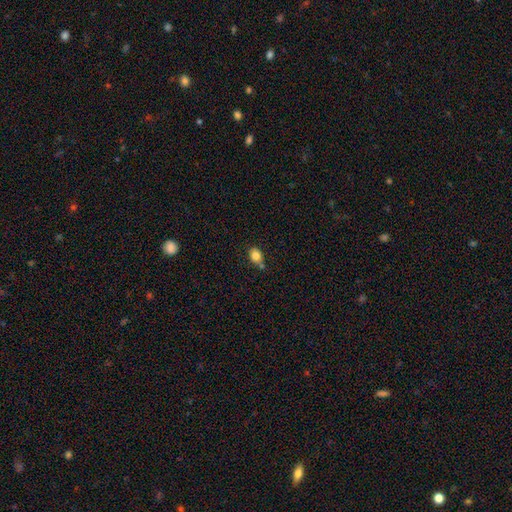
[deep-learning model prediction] smooth 83%, star or artifact 10%, featured or disk 7%. Down the decision tree: how rounded — in between (63%); merging — none (67%).